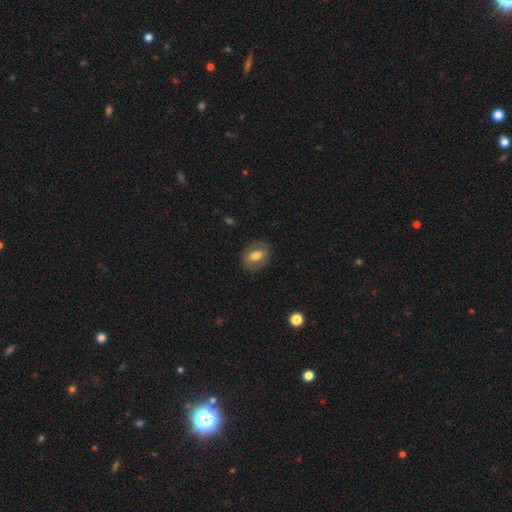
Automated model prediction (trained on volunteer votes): The model was most divided on "smooth or featured": smooth: 55%, featured or disk: 38%, star or artifact: 7%. More confident: merging — none (81%); how rounded — in between (76%).